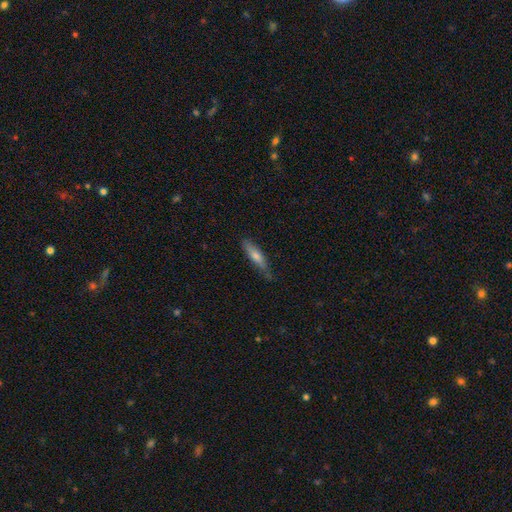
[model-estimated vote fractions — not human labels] Morphology: type=smooth (54%); roundness=cigar-shaped (83%); merging=none (73%).